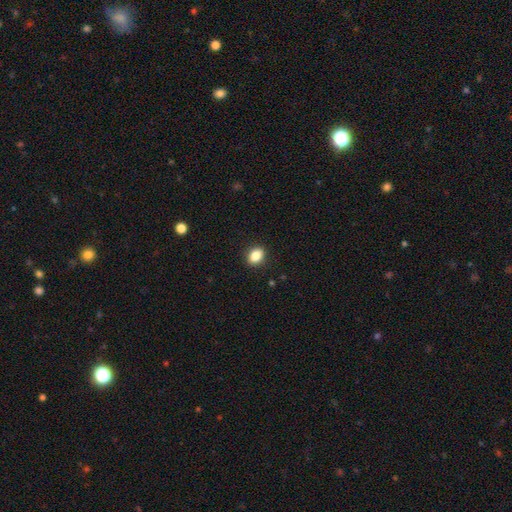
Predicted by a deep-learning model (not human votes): smooth-or-featured: smooth: 86% | star or artifact: 9% | featured or disk: 5%
  how-rounded: in between: 64% | round: 35% | cigar-shaped: 1%
  merging: none: 90% | minor disturbance: 7% | major disturbance: 2% | merger: 1%